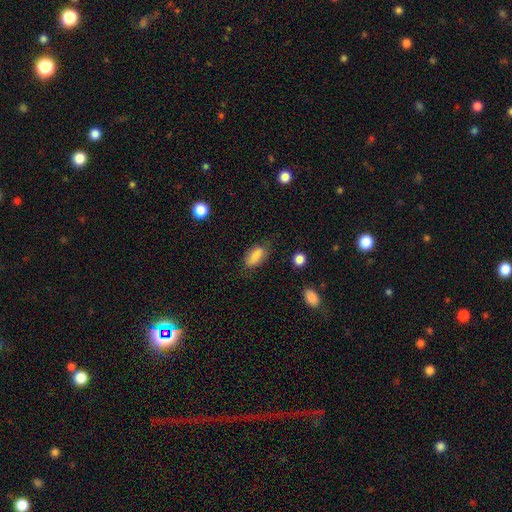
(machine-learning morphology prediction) Q: Smooth or featured?
A: smooth (85%); runner-up: star or artifact (8%)
Q: How rounded?
A: in between (88%); runner-up: cigar-shaped (8%)
Q: Merging?
A: none (73%); runner-up: minor disturbance (20%)